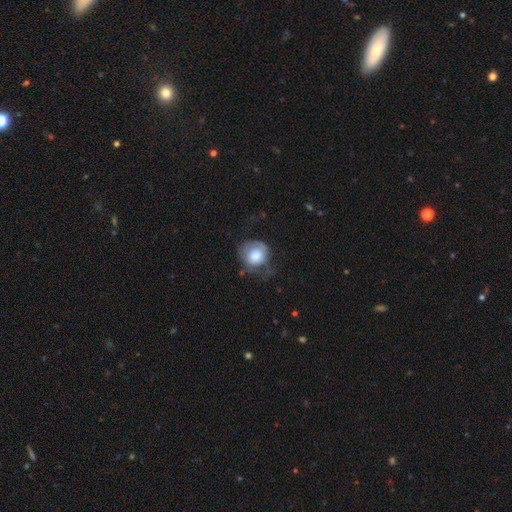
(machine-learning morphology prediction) smooth_or_featured: smooth (p=0.71) [alt: featured or disk p=0.22]
how_rounded: round (p=0.78) [alt: in between p=0.21]
merging: none (p=0.39) [alt: minor disturbance p=0.33]